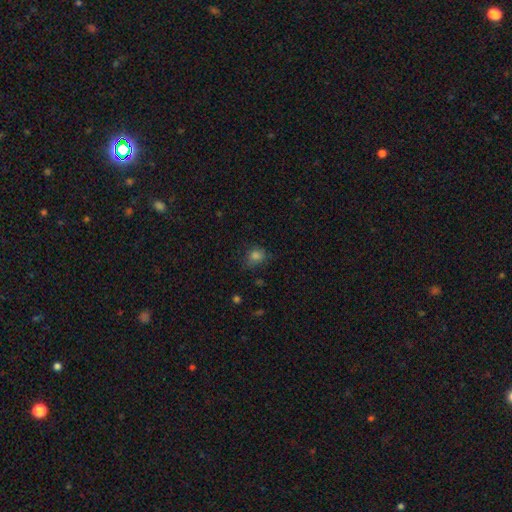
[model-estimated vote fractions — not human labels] Smooth or featured? Predicted: smooth (p=0.76). How rounded? Predicted: round (p=0.61). Merging? Predicted: none (p=0.68).